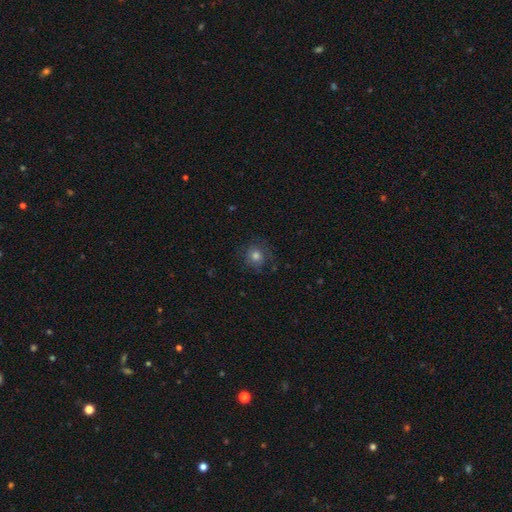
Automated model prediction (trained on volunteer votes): A smooth galaxy with no disk features (72%) that is round (88%). Merging: none (75%).